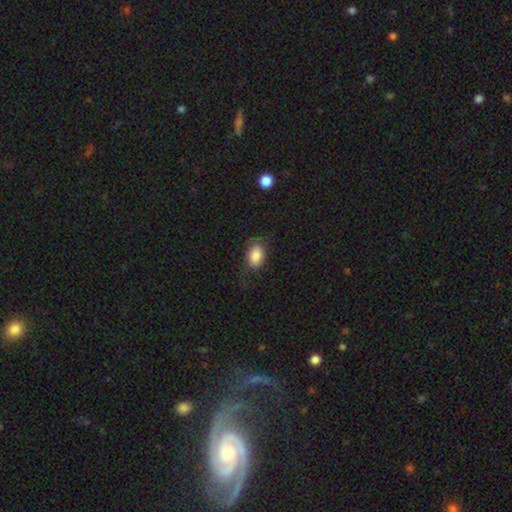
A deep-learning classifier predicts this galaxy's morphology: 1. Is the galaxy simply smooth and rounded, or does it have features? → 83% smooth, 10% featured or disk, 7% star or artifact.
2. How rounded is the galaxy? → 85% in between, 13% round, 2% cigar-shaped.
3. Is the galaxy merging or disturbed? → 61% none, 24% minor disturbance, 14% major disturbance, 1% merger.